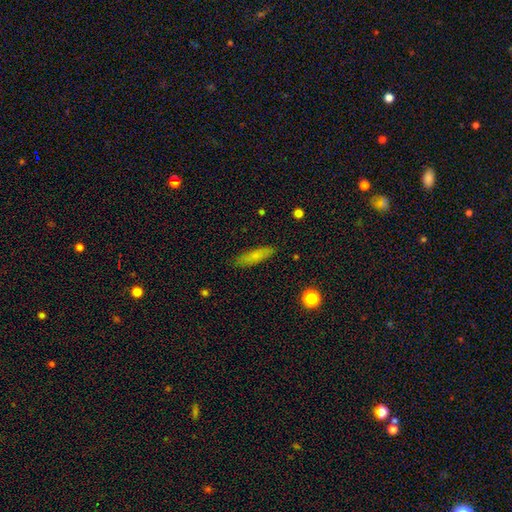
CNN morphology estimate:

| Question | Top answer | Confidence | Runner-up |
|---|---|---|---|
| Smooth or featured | smooth | 73% | featured or disk (19%) |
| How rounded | cigar-shaped | 66% | in between (32%) |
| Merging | none | 86% | minor disturbance (11%) |